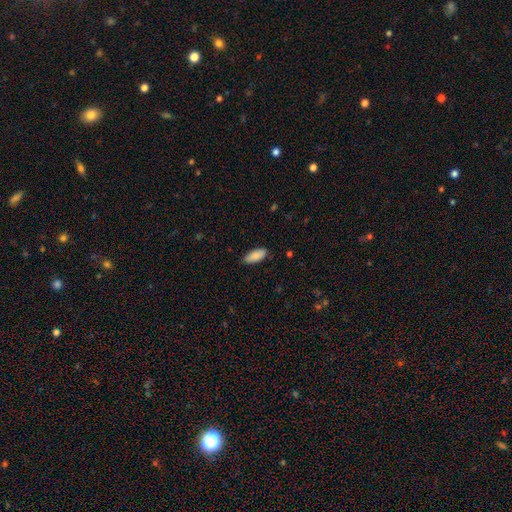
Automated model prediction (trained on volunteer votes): smooth-or-featured: smooth: 88% | featured or disk: 6% | star or artifact: 6%
  how-rounded: in between: 81% | cigar-shaped: 18% | round: 2%
  merging: none: 84% | minor disturbance: 13% | major disturbance: 2% | merger: 1%